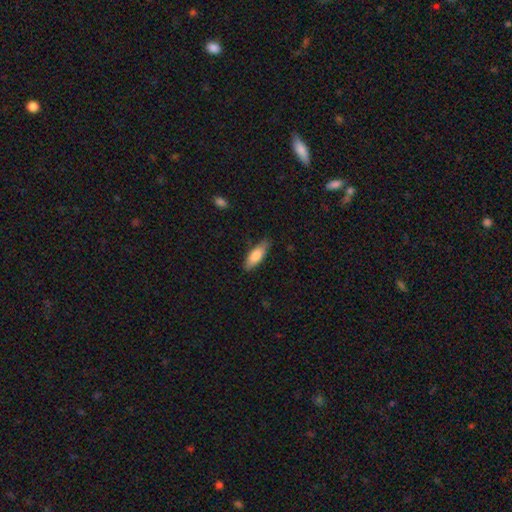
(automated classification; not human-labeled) smooth 80%, featured or disk 14%, star or artifact 6%. Down the decision tree: how rounded — in between (64%); merging — none (79%).